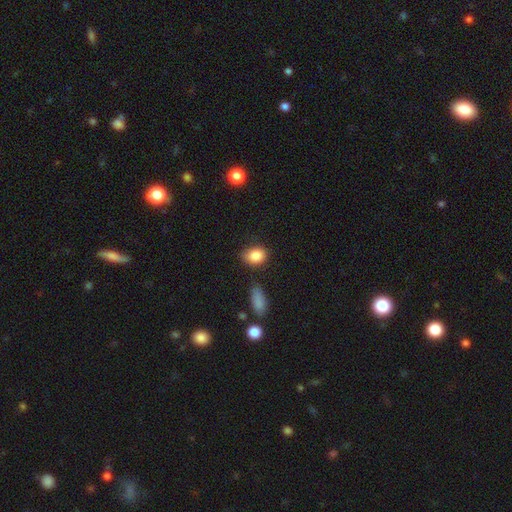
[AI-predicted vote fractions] smooth-or-featured: smooth: 86% | star or artifact: 8% | featured or disk: 6%
  how-rounded: in between: 69% | round: 29% | cigar-shaped: 2%
  merging: none: 75% | minor disturbance: 18% | major disturbance: 4% | merger: 4%